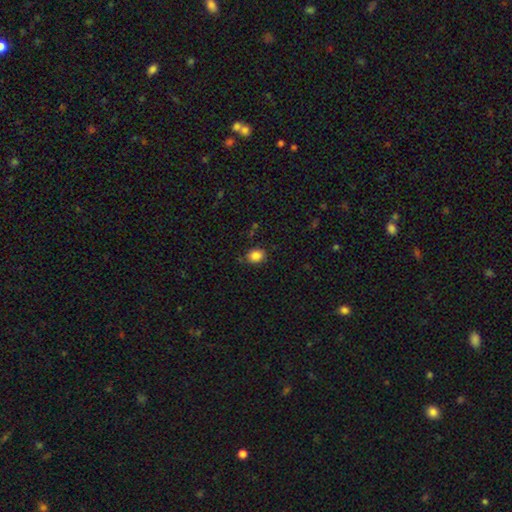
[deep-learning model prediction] Overall: smooth (85%). How rounded: in between (50%; round 49%). Merging: none (82%).